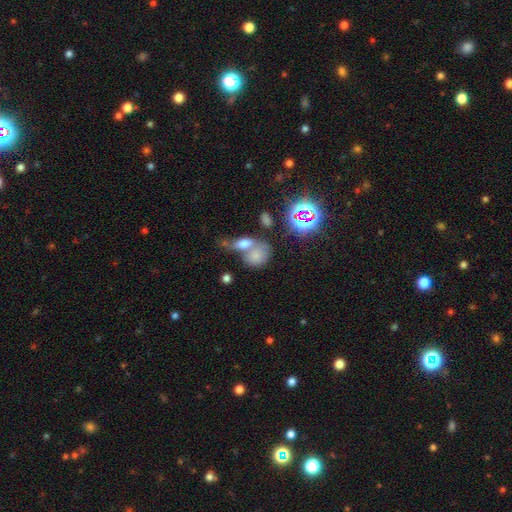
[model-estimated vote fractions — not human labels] Smooth or featured?
  - smooth: 66% *
  - star or artifact: 19%
  - featured or disk: 15%
How rounded?
  - in between: 53% *
  - round: 44%
  - cigar-shaped: 3%
Merging?
  - merger: 54% *
  - none: 28%
  - minor disturbance: 11%
  - major disturbance: 7%